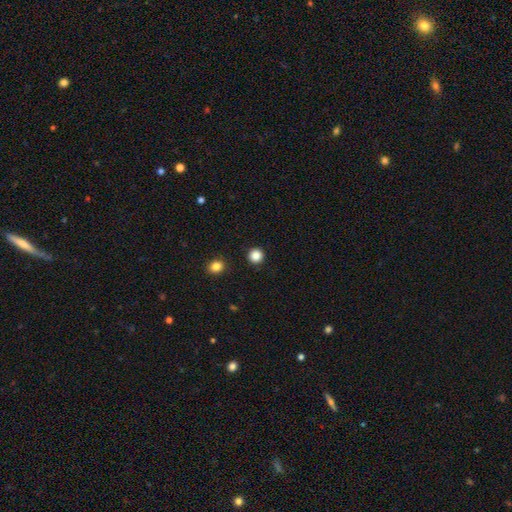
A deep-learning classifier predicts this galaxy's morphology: smooth_or_featured: smooth (p=0.85) [alt: star or artifact p=0.11]
how_rounded: round (p=0.95) [alt: in between p=0.04]
merging: none (p=0.93) [alt: minor disturbance p=0.04]